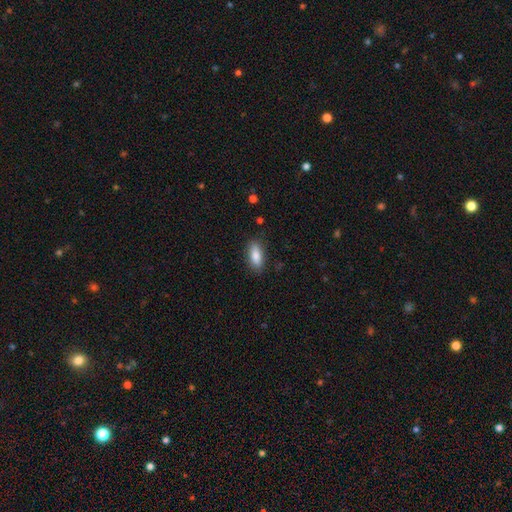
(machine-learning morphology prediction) A smooth galaxy with no disk features (86%) that is in between round and cigar-shaped (79%).

Vote fractions:
- Smooth or featured? smooth: 86% / featured or disk: 8% / star or artifact: 7%
- How rounded? in between: 79% / cigar-shaped: 19% / round: 2%
- Merging? none: 86% / minor disturbance: 11% / major disturbance: 2% / merger: 1%